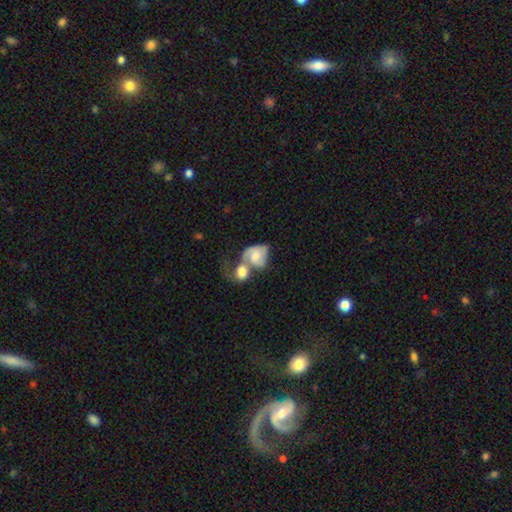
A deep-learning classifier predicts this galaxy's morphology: smooth_or_featured: featured or disk (p=0.55) [alt: smooth p=0.38]
disk_edge_on: no (p=0.97) [alt: yes p=0.03]
bar: no (p=0.70) [alt: weak p=0.25]
has_spiral_arms: yes (p=0.79) [alt: no p=0.21]
bulge_size: moderate (p=0.47) [alt: small p=0.22]
merging: merger (p=0.73) [alt: major disturbance p=0.12]